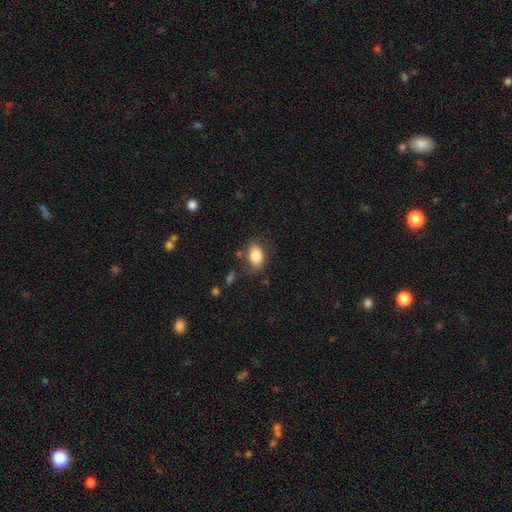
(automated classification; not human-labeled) A smooth galaxy with no disk features (83%) that is in between round and cigar-shaped (84%).

Vote fractions:
- Smooth or featured? smooth: 83% / featured or disk: 9% / star or artifact: 8%
- How rounded? in between: 84% / round: 14% / cigar-shaped: 1%
- Merging? none: 76% / minor disturbance: 16% / major disturbance: 5% / merger: 3%